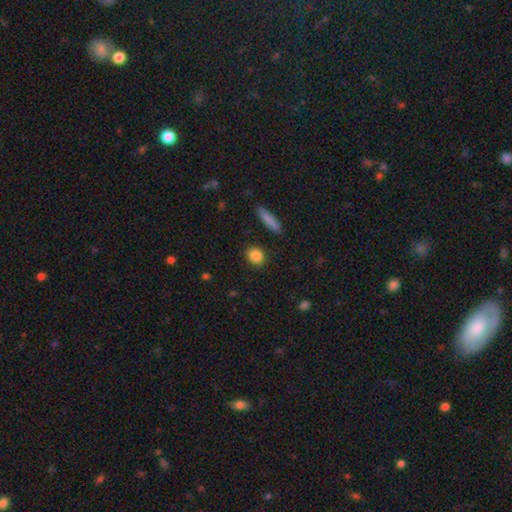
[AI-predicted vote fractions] Smooth or featured?
  - smooth: 86% *
  - star or artifact: 8%
  - featured or disk: 5%
How rounded?
  - round: 63% *
  - in between: 33%
  - cigar-shaped: 4%
Merging?
  - none: 90% *
  - minor disturbance: 7%
  - major disturbance: 2%
  - merger: 2%